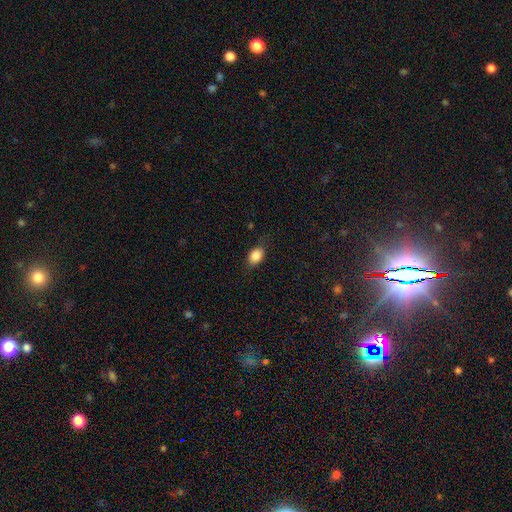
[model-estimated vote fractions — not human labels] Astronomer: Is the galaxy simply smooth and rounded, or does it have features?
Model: smooth — 86%.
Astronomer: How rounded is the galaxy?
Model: in between — 79%.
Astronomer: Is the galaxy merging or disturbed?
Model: none — 76%.